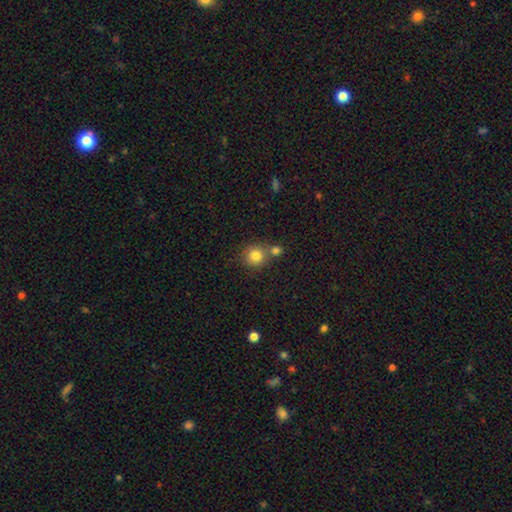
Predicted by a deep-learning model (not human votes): Smooth or featured? Predicted: smooth (p=0.81). How rounded? Predicted: round (p=0.89). Merging? Predicted: none (p=0.57).